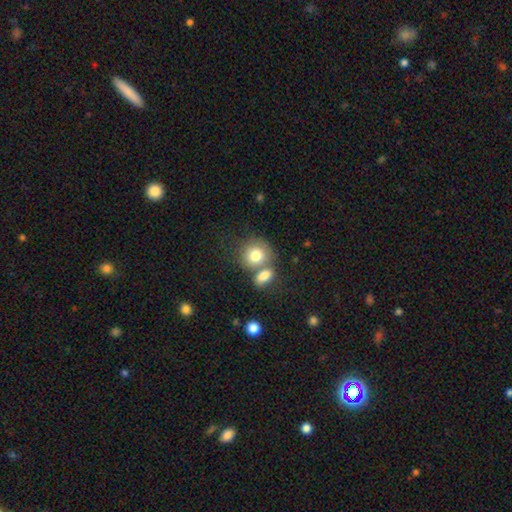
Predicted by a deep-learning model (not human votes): Smooth or featured? Predicted: smooth (p=0.79). How rounded? Predicted: round (p=0.75). Merging? Predicted: none (p=0.43, tied with merger).